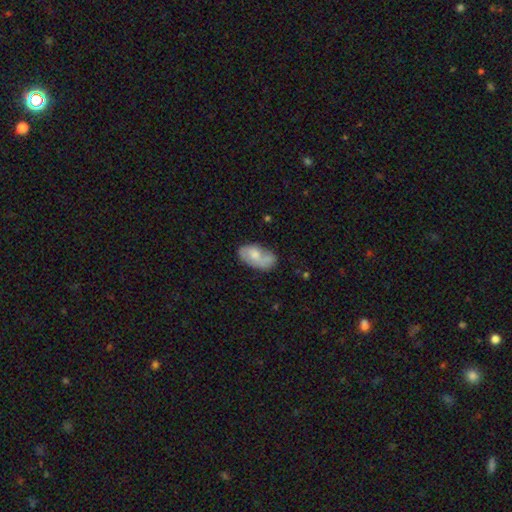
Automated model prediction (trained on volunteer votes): Smooth or featured?
  - smooth: 56% *
  - featured or disk: 37%
  - star or artifact: 7%
How rounded?
  - in between: 93% *
  - round: 5%
  - cigar-shaped: 2%
Merging?
  - none: 47% *
  - minor disturbance: 28%
  - merger: 13%
  - major disturbance: 12%